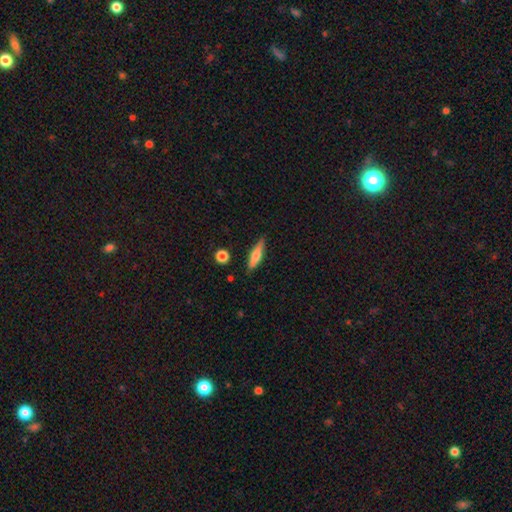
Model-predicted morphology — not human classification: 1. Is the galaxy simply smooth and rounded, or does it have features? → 58% smooth, 36% featured or disk, 7% star or artifact.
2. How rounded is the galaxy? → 69% cigar-shaped, 28% in between, 3% round.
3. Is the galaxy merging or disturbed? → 84% none, 12% minor disturbance, 2% major disturbance, 2% merger.